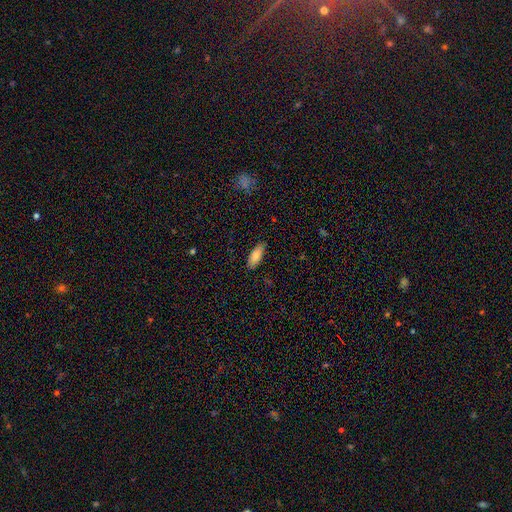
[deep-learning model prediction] Smooth or featured: smooth — 82% (featured or disk — 11%)
How rounded: in between — 75% (cigar-shaped — 23%)
Merging: none — 85% (minor disturbance — 12%)